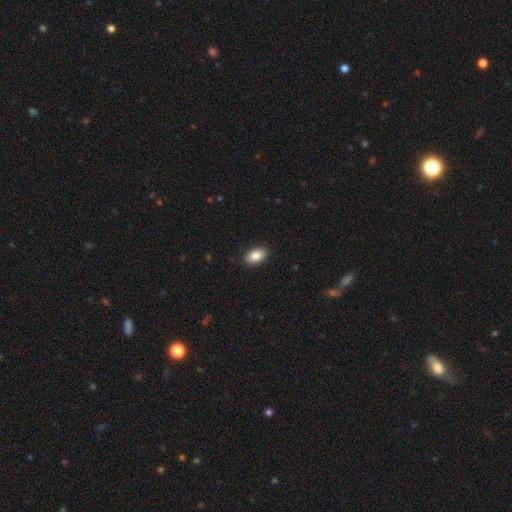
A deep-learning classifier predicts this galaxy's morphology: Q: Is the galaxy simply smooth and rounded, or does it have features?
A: smooth — 88%.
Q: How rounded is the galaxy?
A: in between — 92%.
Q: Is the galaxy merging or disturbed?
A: none — 89%.